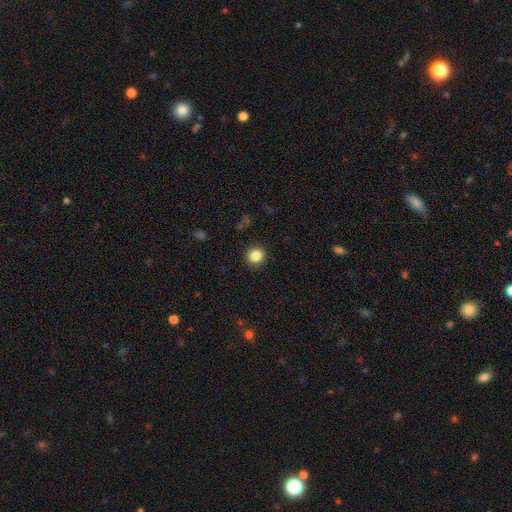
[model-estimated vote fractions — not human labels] A smooth galaxy with no disk features (85%) that is round (85%).

Vote fractions:
- Smooth or featured? smooth: 85% / star or artifact: 11% / featured or disk: 5%
- How rounded? round: 85% / in between: 14% / cigar-shaped: 1%
- Merging? none: 91% / minor disturbance: 6% / major disturbance: 2% / merger: 1%